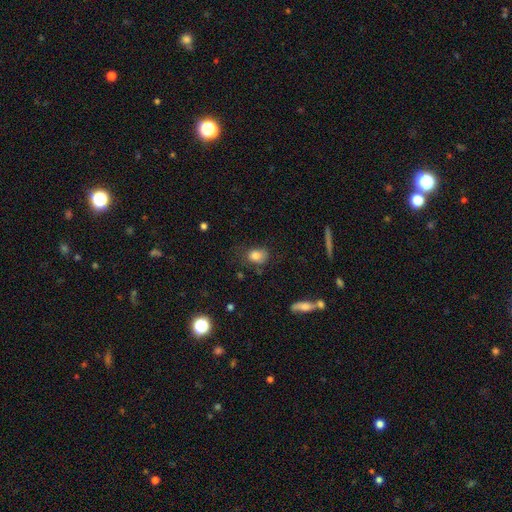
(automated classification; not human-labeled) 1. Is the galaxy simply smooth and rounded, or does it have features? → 81% smooth, 10% star or artifact, 9% featured or disk.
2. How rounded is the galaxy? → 56% in between, 43% round, 2% cigar-shaped.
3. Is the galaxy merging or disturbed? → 60% none, 26% minor disturbance, 11% major disturbance, 3% merger.